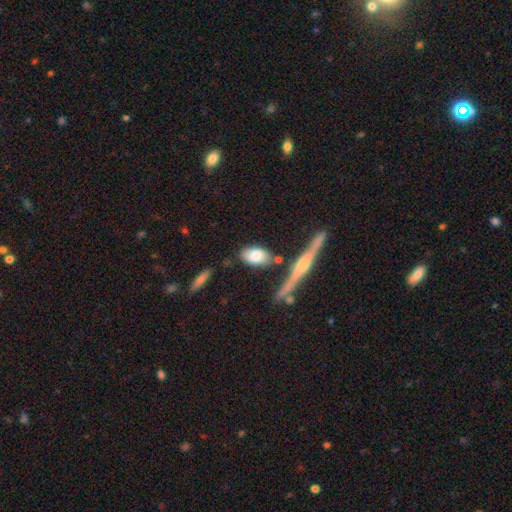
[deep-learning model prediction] Q: Smooth or featured?
A: smooth (76%); runner-up: featured or disk (18%)
Q: How rounded?
A: in between (89%); runner-up: cigar-shaped (6%)
Q: Merging?
A: none (67%); runner-up: minor disturbance (19%)